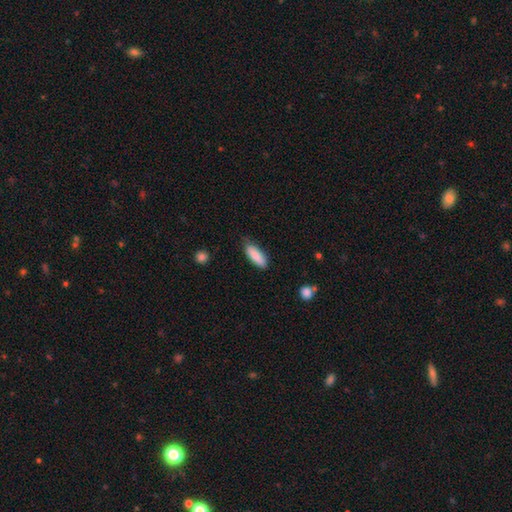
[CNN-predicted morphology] Q: Smooth or featured?
A: smooth (88%); runner-up: star or artifact (6%)
Q: How rounded?
A: in between (69%); runner-up: cigar-shaped (29%)
Q: Merging?
A: none (75%); runner-up: minor disturbance (20%)